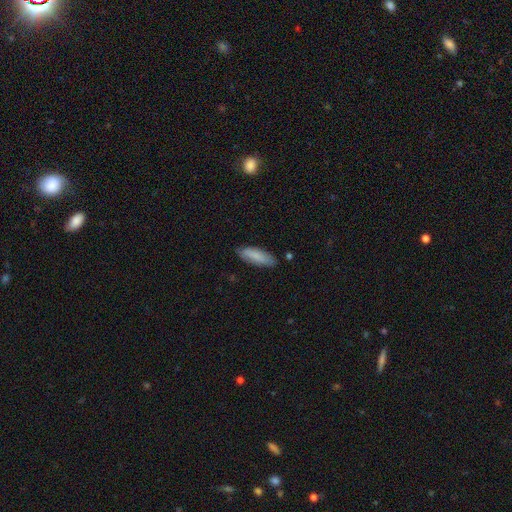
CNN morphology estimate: A smooth galaxy with no disk features (82%) that is in between round and cigar-shaped (53%).

Vote fractions:
- Smooth or featured? smooth: 82% / featured or disk: 12% / star or artifact: 6%
- How rounded? in between: 53% / cigar-shaped: 46% / round: 1%
- Merging? none: 80% / minor disturbance: 15% / major disturbance: 3% / merger: 2%